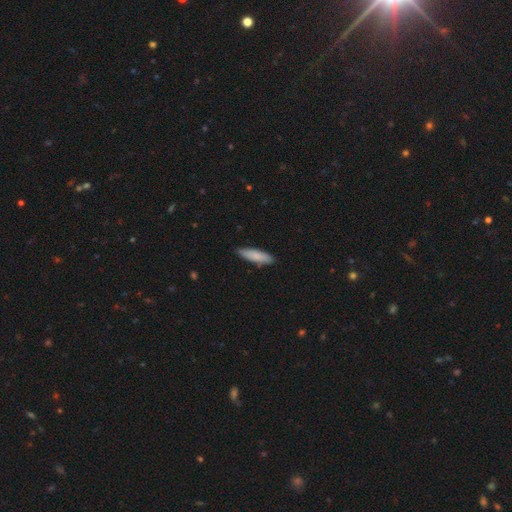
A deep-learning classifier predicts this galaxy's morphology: smooth 83%, featured or disk 11%, star or artifact 5%. Down the decision tree: how rounded — cigar-shaped (61%); merging — none (85%).